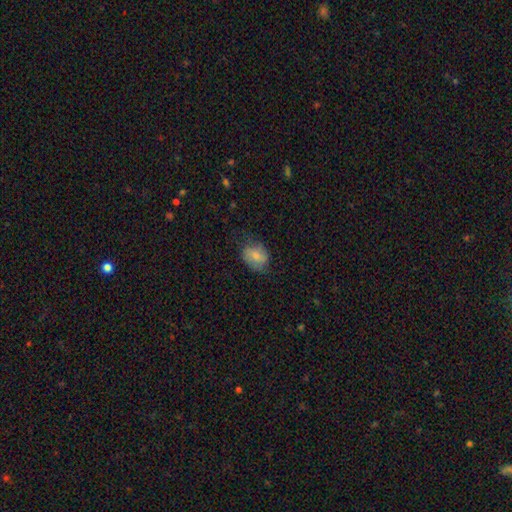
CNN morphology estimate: Smooth or featured: smooth — 74% (featured or disk — 19%)
How rounded: in between — 59% (round — 40%)
Merging: none — 66% (minor disturbance — 25%)